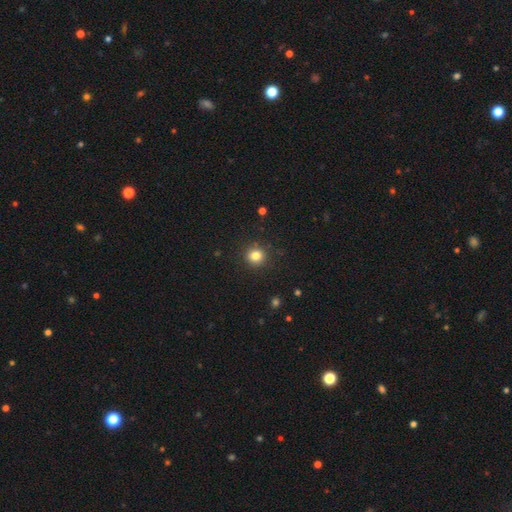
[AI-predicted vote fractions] smooth-or-featured: smooth: 82% | star or artifact: 13% | featured or disk: 5%
  how-rounded: round: 91% | in between: 8% | cigar-shaped: 1%
  merging: none: 89% | minor disturbance: 7% | major disturbance: 2% | merger: 1%